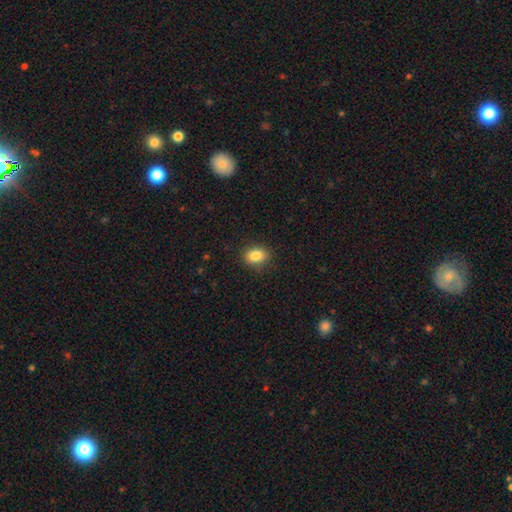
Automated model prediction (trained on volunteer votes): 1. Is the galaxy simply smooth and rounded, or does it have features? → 85% smooth, 9% star or artifact, 5% featured or disk.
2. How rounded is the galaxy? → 66% in between, 33% round, 1% cigar-shaped.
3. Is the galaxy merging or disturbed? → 87% none, 10% minor disturbance, 2% major disturbance, 1% merger.